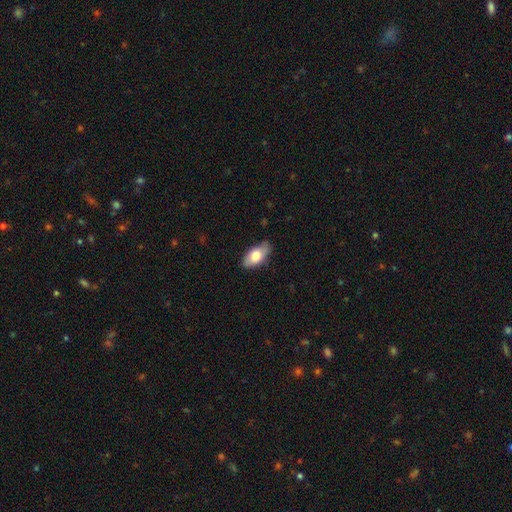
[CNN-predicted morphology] This appears to be a smooth galaxy with no disk features (74%) that is in between round and cigar-shaped (92%). Merging: none (73%).